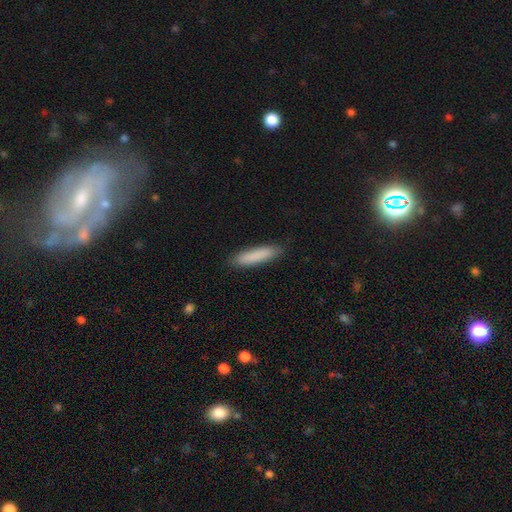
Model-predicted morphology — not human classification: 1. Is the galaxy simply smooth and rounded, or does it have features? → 86% smooth, 8% featured or disk, 6% star or artifact.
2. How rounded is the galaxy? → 82% cigar-shaped, 17% in between, 1% round.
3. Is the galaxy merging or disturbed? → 89% none, 9% minor disturbance, 2% major disturbance, 1% merger.